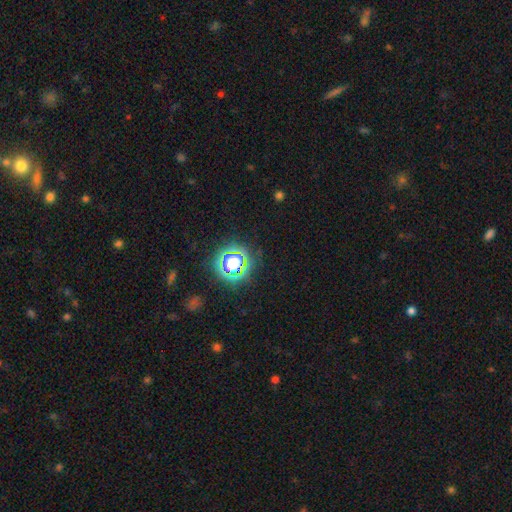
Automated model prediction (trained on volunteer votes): This is likely a star or artifact rather than a galaxy (78%).